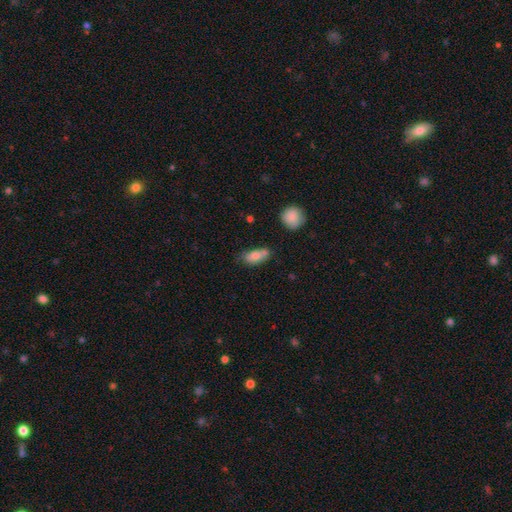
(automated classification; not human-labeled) smooth_or_featured: smooth (p=0.77) [alt: featured or disk p=0.14]
how_rounded: in between (p=0.83) [alt: cigar-shaped p=0.11]
merging: none (p=0.46) [alt: minor disturbance p=0.24]